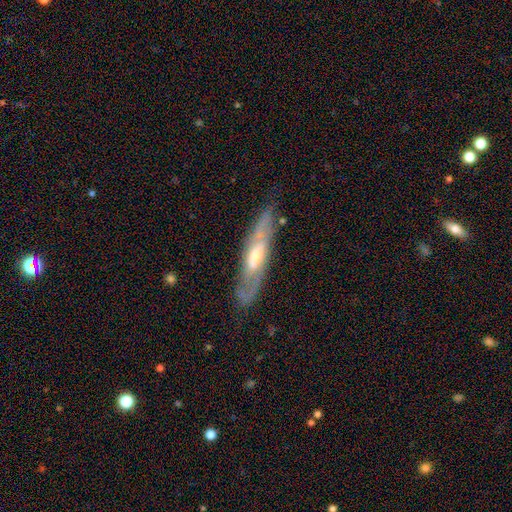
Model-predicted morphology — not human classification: Smooth or featured: featured or disk — 72% (smooth — 22%)
Edge-on disk: no — 56% (yes — 44%)
Merging: none — 77% (minor disturbance — 16%)